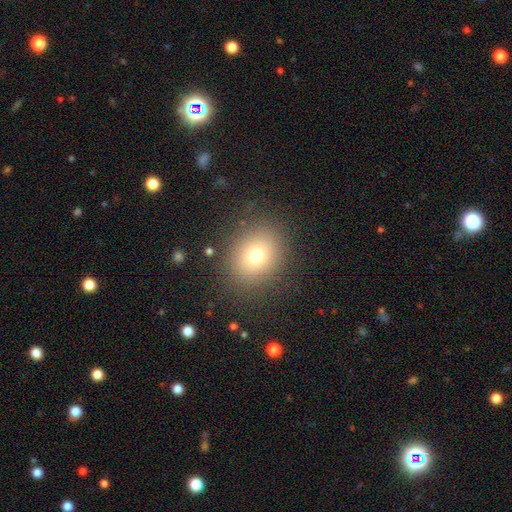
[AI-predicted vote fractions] A smooth galaxy with no disk features (74%) that is round (63%).

Vote fractions:
- Smooth or featured? smooth: 74% / star or artifact: 14% / featured or disk: 12%
- How rounded? round: 63% / in between: 36% / cigar-shaped: 1%
- Merging? none: 86% / minor disturbance: 9% / major disturbance: 4% / merger: 1%